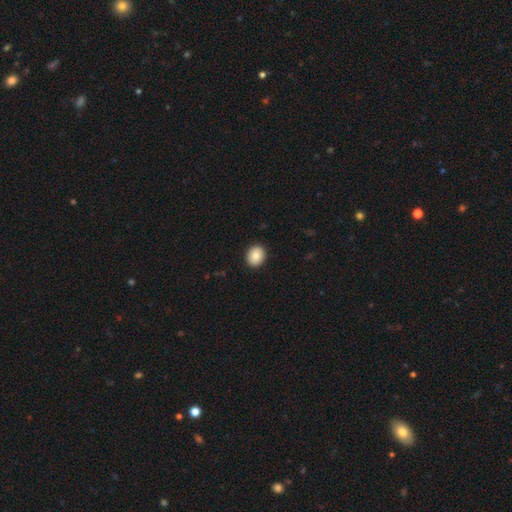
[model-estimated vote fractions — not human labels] Smooth or featured? Predicted: smooth (p=0.85). How rounded? Predicted: round (p=0.64). Merging? Predicted: none (p=0.92).